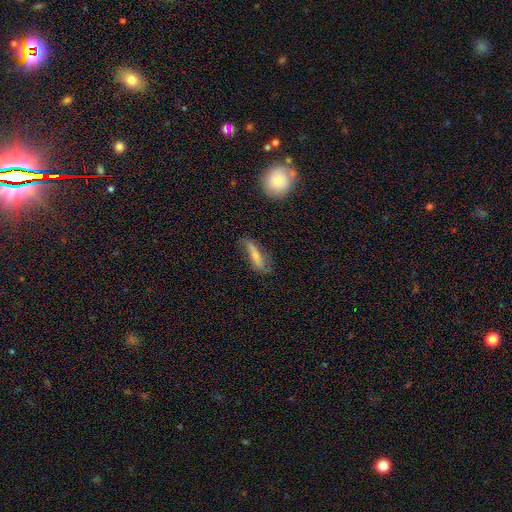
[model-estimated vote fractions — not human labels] This appears to be a smooth galaxy with no disk features (65%) that is cigar-shaped (65%). Merging: none (57%).